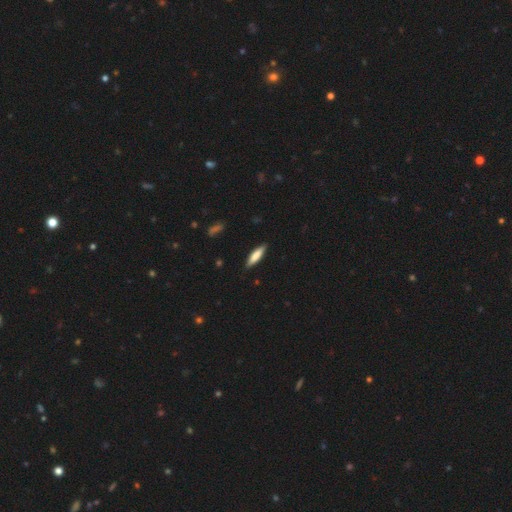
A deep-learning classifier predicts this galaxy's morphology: Smooth or featured: smooth — 79% (featured or disk — 16%)
How rounded: cigar-shaped — 70% (in between — 29%)
Merging: none — 88% (minor disturbance — 9%)